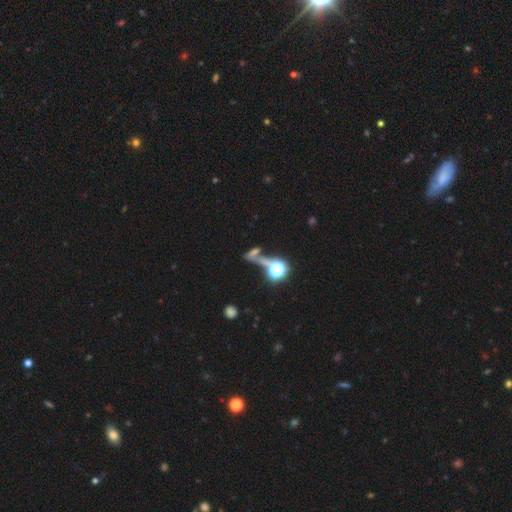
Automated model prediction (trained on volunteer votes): smooth_or_featured: smooth (p=0.40) [alt: star or artifact p=0.39]
merging: none (p=0.36) [alt: merger p=0.35]